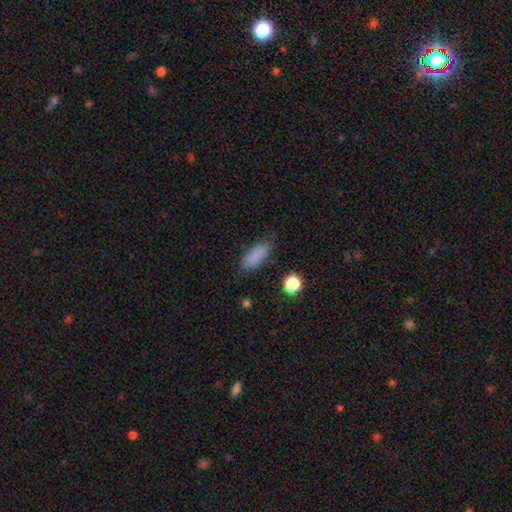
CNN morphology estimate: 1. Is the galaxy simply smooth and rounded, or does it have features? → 84% smooth, 10% star or artifact, 6% featured or disk.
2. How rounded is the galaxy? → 79% in between, 18% cigar-shaped, 4% round.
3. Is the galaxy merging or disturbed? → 74% none, 19% minor disturbance, 5% major disturbance, 2% merger.